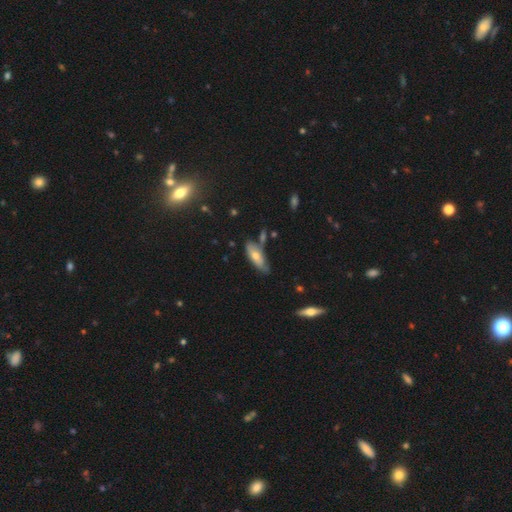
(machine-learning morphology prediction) This appears to be a smooth galaxy with no disk features (58%) that is in between round and cigar-shaped (65%). Merging: none (52%).